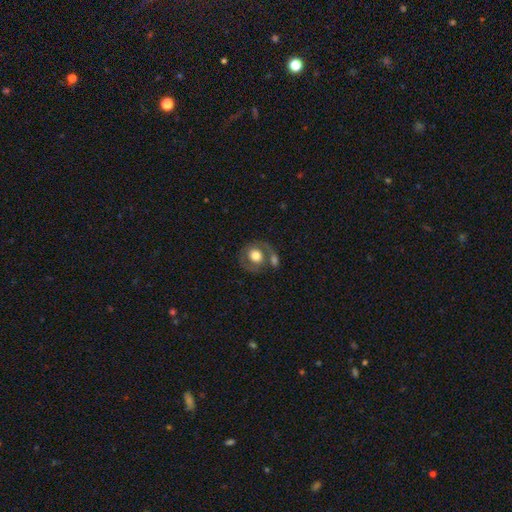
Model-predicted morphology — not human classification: Q: Smooth or featured?
A: smooth (49%); runner-up: featured or disk (44%)
Q: Merging?
A: none (52%); runner-up: merger (25%)